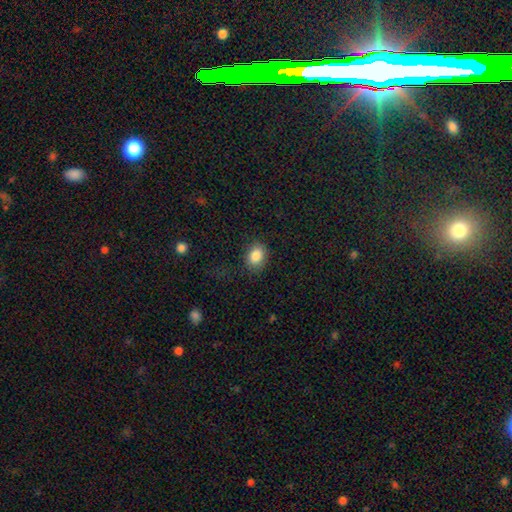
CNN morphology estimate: smooth 86%, star or artifact 9%, featured or disk 5%. Down the decision tree: how rounded — in between (60%); merging — none (82%).